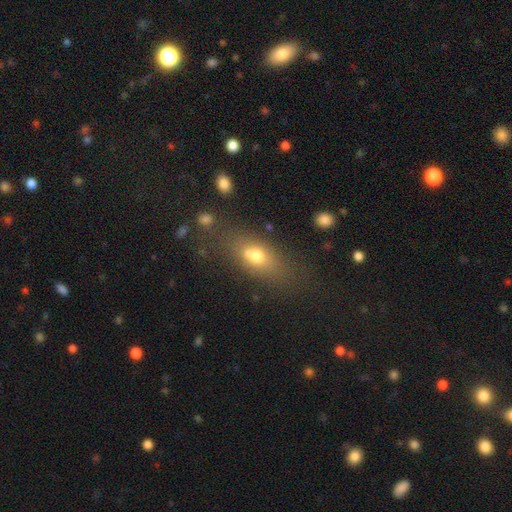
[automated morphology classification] The model was most divided on "merging": none: 52%, merger: 25%, minor disturbance: 15%, major disturbance: 9%. More confident: how rounded — in between (69%); smooth or featured — smooth (64%).